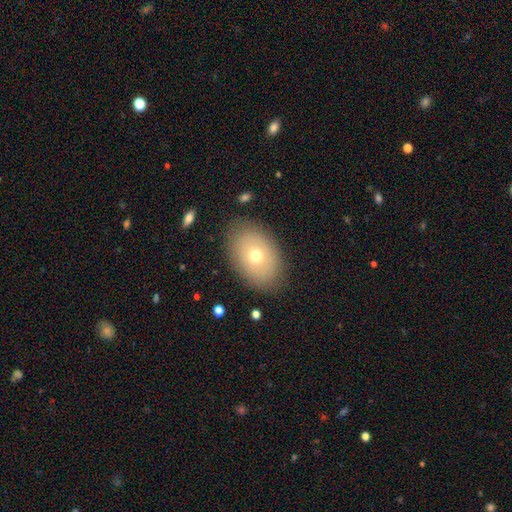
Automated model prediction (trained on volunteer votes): This appears to be a smooth galaxy with no disk features (66%) that is in between round and cigar-shaped (81%). Merging: none (83%).